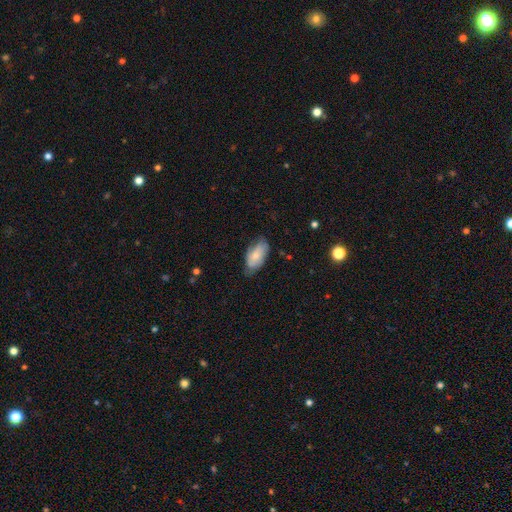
A smooth galaxy with no disk features (67%) that is in between round and cigar-shaped (92%).

Vote fractions:
- Smooth or featured? smooth: 67% / featured or disk: 26% / star or artifact: 8%
- How rounded? in between: 92% / round: 4% / cigar-shaped: 4%
- Merging? none: 61% / minor disturbance: 33% / major disturbance: 6% / merger: 0%